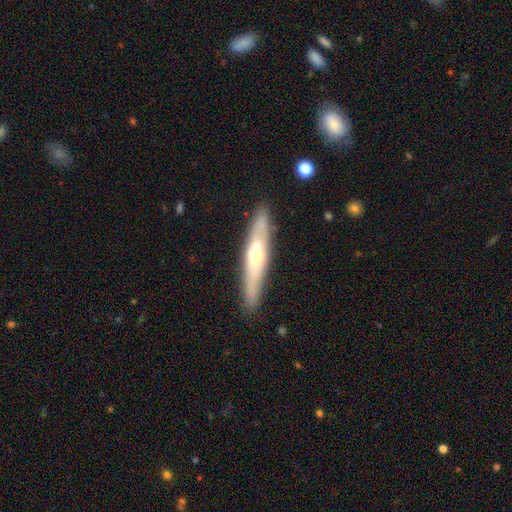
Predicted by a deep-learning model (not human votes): A featured or disk galaxy (55%) viewed edge-on (83%). Merging: none (88%).